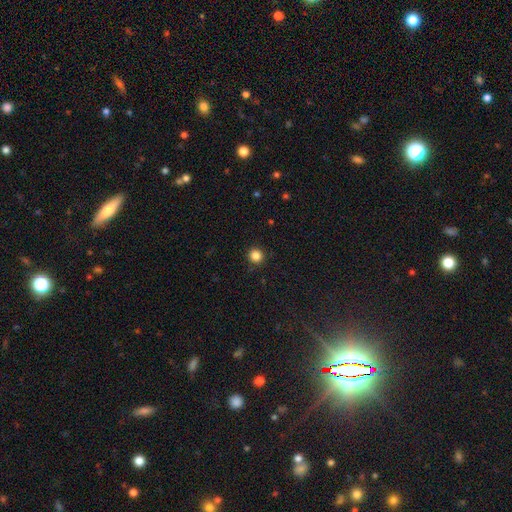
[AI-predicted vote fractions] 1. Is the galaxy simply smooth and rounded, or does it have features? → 85% smooth, 11% star or artifact, 3% featured or disk.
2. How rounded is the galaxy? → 94% round, 5% in between, 1% cigar-shaped.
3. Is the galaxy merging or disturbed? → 92% none, 5% minor disturbance, 2% major disturbance, 1% merger.